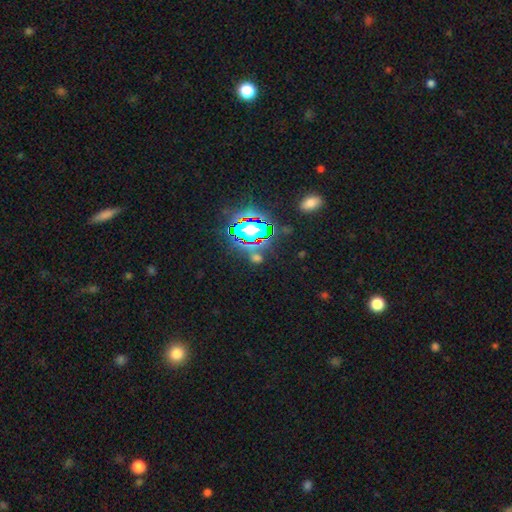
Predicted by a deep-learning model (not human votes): Smooth or featured? star or artifact (72%)